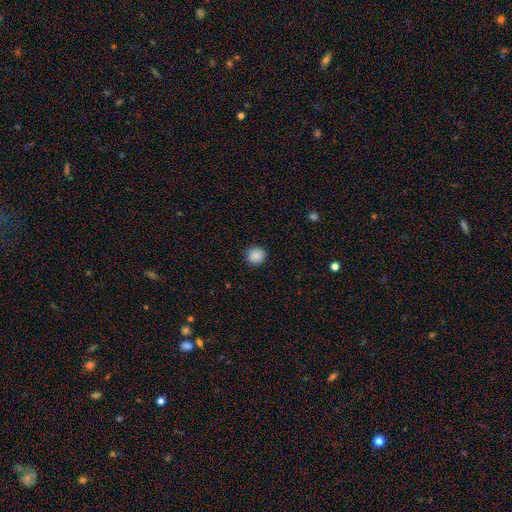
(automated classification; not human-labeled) Q: Smooth or featured?
A: smooth (88%); runner-up: star or artifact (9%)
Q: How rounded?
A: round (90%); runner-up: in between (9%)
Q: Merging?
A: none (90%); runner-up: minor disturbance (7%)